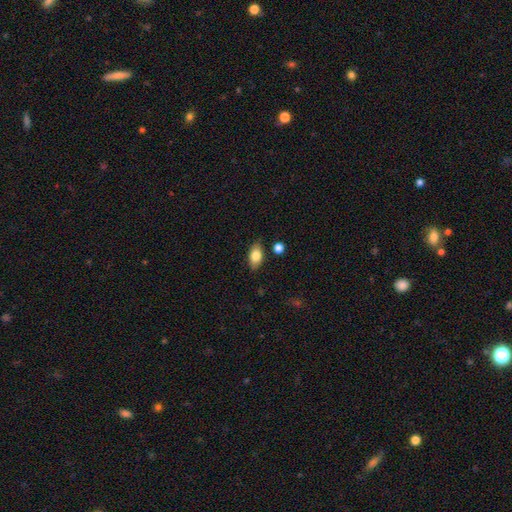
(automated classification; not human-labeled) This appears to be a smooth galaxy with no disk features (80%) that is in between round and cigar-shaped (89%). Merging: none (83%).